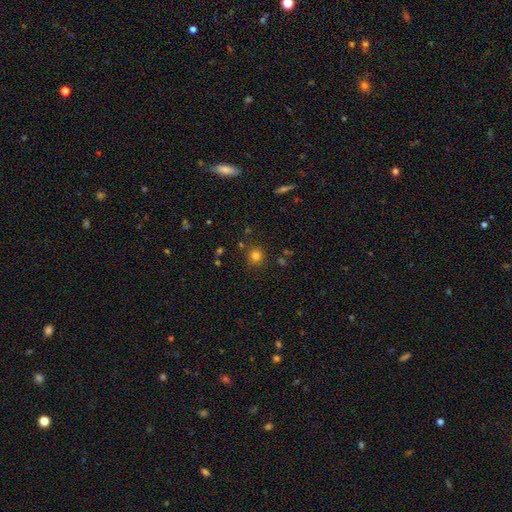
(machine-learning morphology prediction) smooth_or_featured: smooth (p=0.79) [alt: star or artifact p=0.15]
how_rounded: round (p=0.90) [alt: in between p=0.09]
merging: none (p=0.83) [alt: minor disturbance p=0.10]